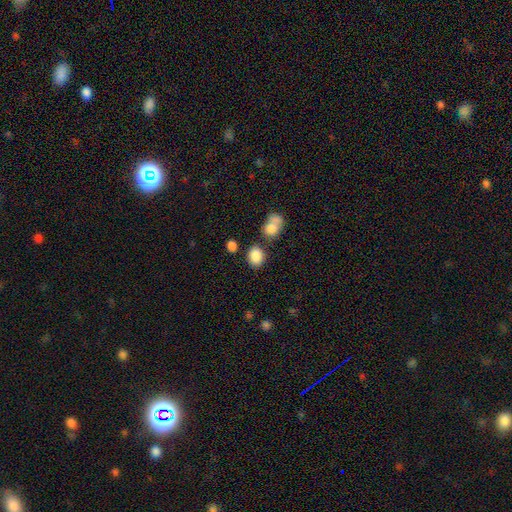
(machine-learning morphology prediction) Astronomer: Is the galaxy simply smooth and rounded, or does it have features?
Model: smooth — 86%.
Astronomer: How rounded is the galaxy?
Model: in between — 52% (runner-up: round, 47%).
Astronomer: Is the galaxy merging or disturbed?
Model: none — 71%.